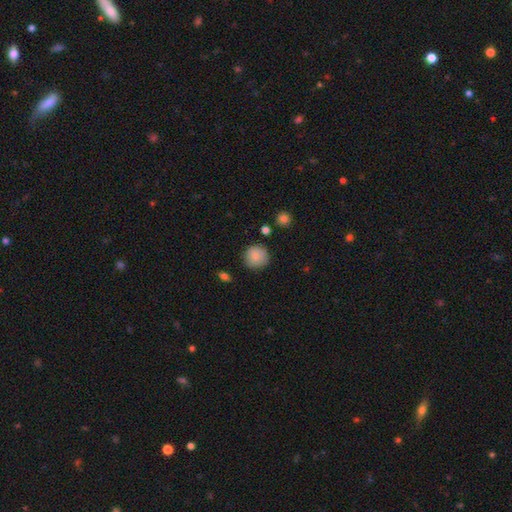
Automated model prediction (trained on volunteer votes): smooth 85%, star or artifact 8%, featured or disk 7%. Down the decision tree: how rounded — round (92%); merging — none (82%).